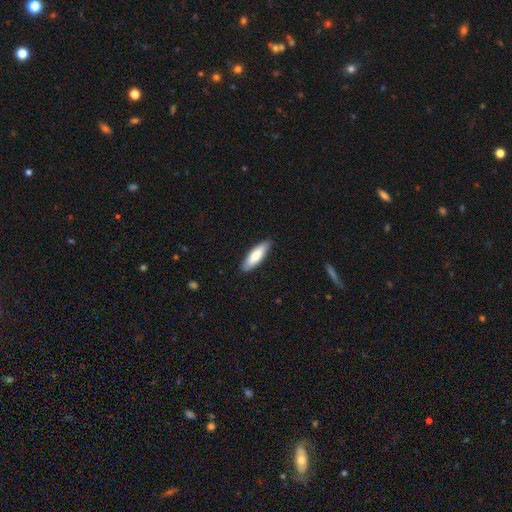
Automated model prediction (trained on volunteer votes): Smooth or featured?
  - smooth: 78% *
  - featured or disk: 17%
  - star or artifact: 5%
How rounded?
  - cigar-shaped: 49% * (tied)
  - in between: 49% * (tied)
  - round: 1%
Merging?
  - none: 88% *
  - minor disturbance: 10%
  - major disturbance: 2%
  - merger: 1%